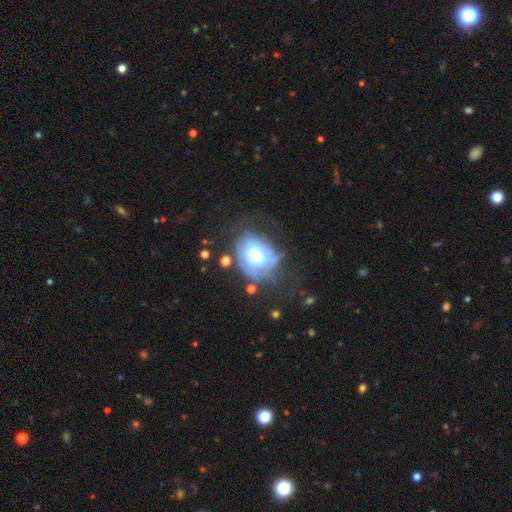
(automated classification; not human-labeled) Q: Smooth or featured?
A: featured or disk (58%); runner-up: smooth (33%)
Q: Edge-on disk?
A: no (96%); runner-up: yes (4%)
Q: Bar?
A: no (75%); runner-up: weak (20%)
Q: Spiral arms?
A: yes (63%); runner-up: no (37%)
Q: Bulge size?
A: moderate (57%); runner-up: small (30%)
Q: Merging?
A: none (46%); runner-up: minor disturbance (25%)